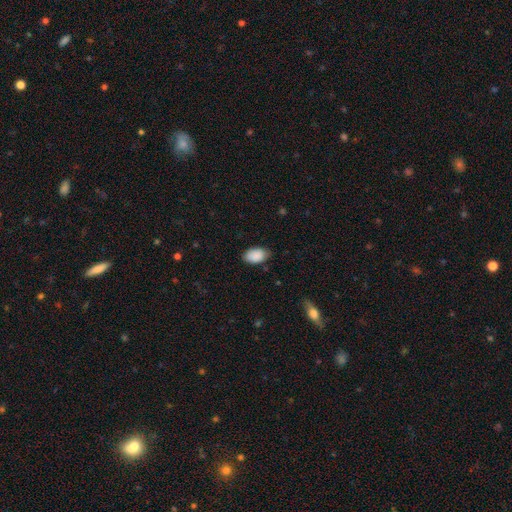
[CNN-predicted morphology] smooth 89%, star or artifact 7%, featured or disk 4%. Down the decision tree: how rounded — in between (91%); merging — none (78%).